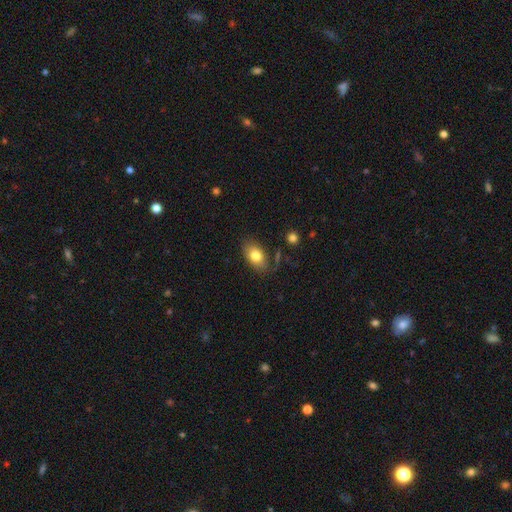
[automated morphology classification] A smooth galaxy with no disk features (79%) that is in between round and cigar-shaped (88%).

Vote fractions:
- Smooth or featured? smooth: 79% / featured or disk: 13% / star or artifact: 8%
- How rounded? in between: 88% / round: 10% / cigar-shaped: 2%
- Merging? none: 79% / minor disturbance: 15% / major disturbance: 4% / merger: 3%